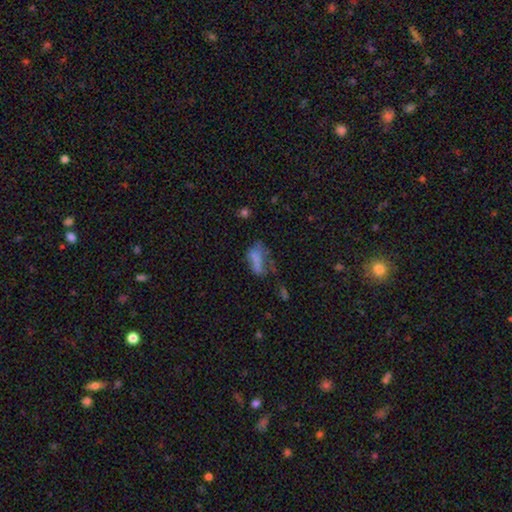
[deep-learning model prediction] Smooth or featured: smooth — 53% (featured or disk — 27%)
How rounded: in between — 73% (cigar-shaped — 20%)
Merging: major disturbance — 37% (none — 29%)